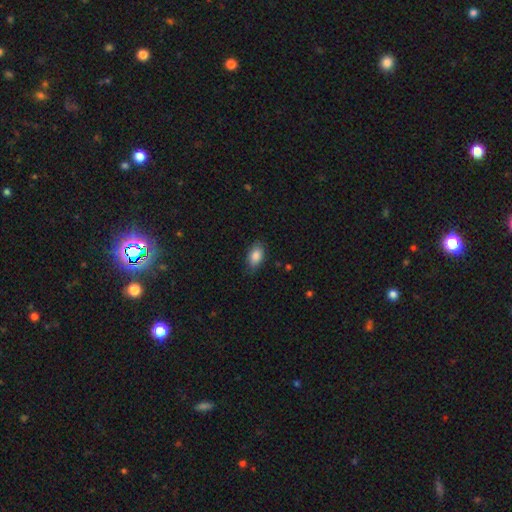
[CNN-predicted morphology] This appears to be a smooth galaxy with no disk features (86%) that is in between round and cigar-shaped (91%). Merging: none (81%).